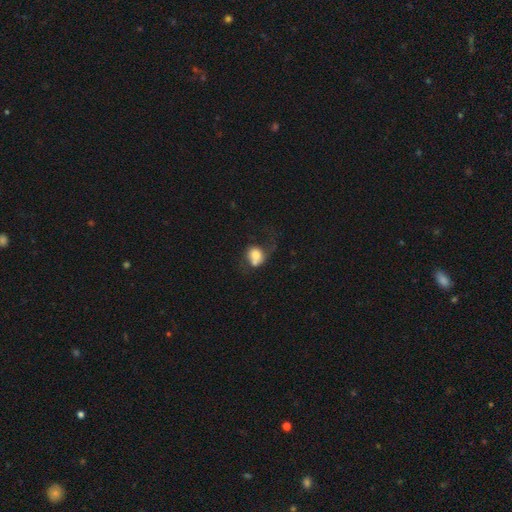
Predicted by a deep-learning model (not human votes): smooth_or_featured: smooth (p=0.68) [alt: featured or disk p=0.23]
how_rounded: round (p=0.62) [alt: in between p=0.37]
merging: merger (p=0.30) [alt: none p=0.29]